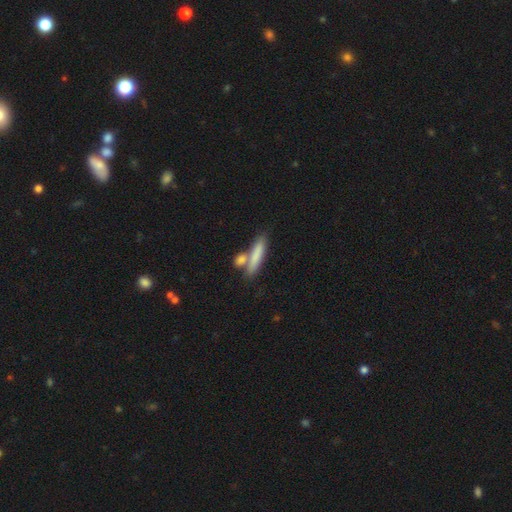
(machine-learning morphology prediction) smooth_or_featured: smooth (p=0.76) [alt: featured or disk p=0.18]
how_rounded: cigar-shaped (p=0.78) [alt: in between p=0.19]
merging: none (p=0.54) [alt: merger p=0.29]